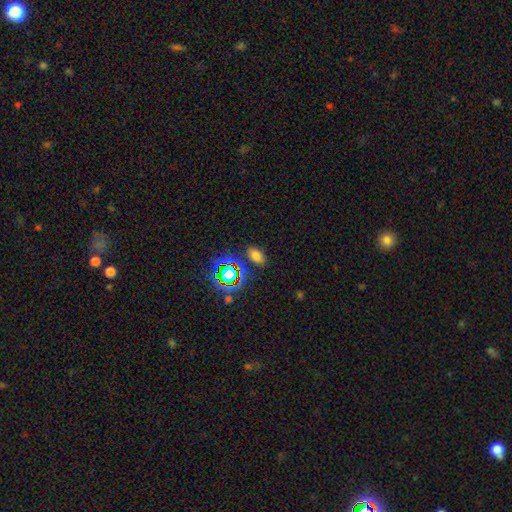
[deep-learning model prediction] The model was most divided on "smooth or featured": smooth: 65%, star or artifact: 28%, featured or disk: 7%. More confident: how rounded — in between (87%); merging — none (82%).